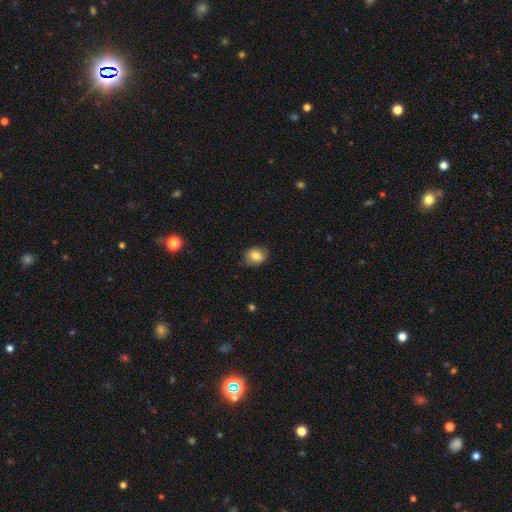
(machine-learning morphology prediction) Overall: smooth (82%). How rounded: in between (50%; round 49%). Merging: none (82%).